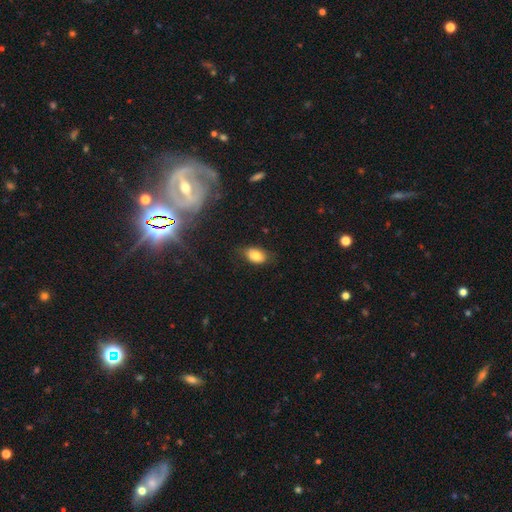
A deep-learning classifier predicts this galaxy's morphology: Smooth or featured? smooth (79%)
How rounded? in between (88%)
Merging? none (74%)